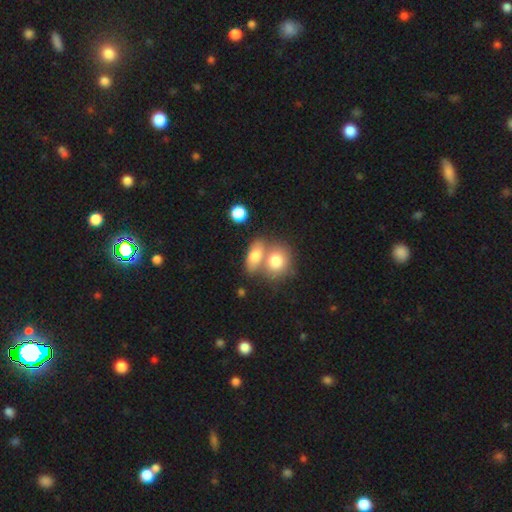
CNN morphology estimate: type=smooth (77%); roundness=in between (70%); merging=merger (50%).